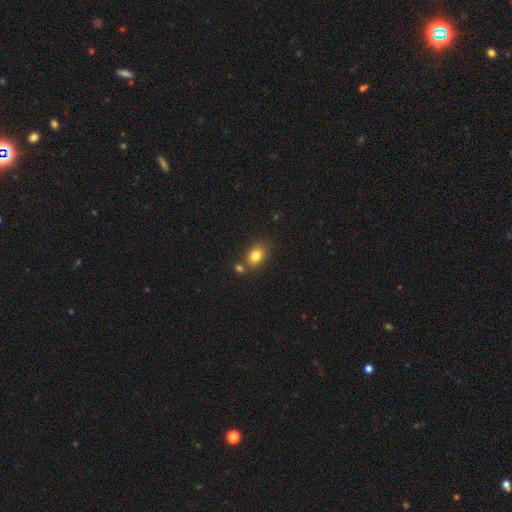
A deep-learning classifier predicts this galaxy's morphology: This appears to be a smooth galaxy with no disk features (81%) that is in between round and cigar-shaped (67%). Merging: none (67%).